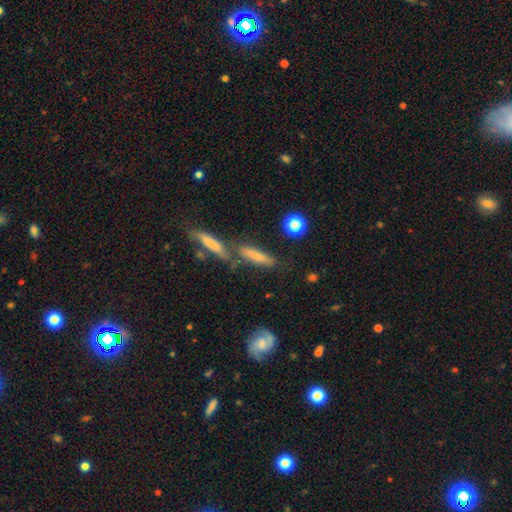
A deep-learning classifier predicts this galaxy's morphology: Smooth or featured: smooth — 68% (featured or disk — 21%)
How rounded: cigar-shaped — 73% (in between — 23%)
Merging: none — 50% (merger — 31%)